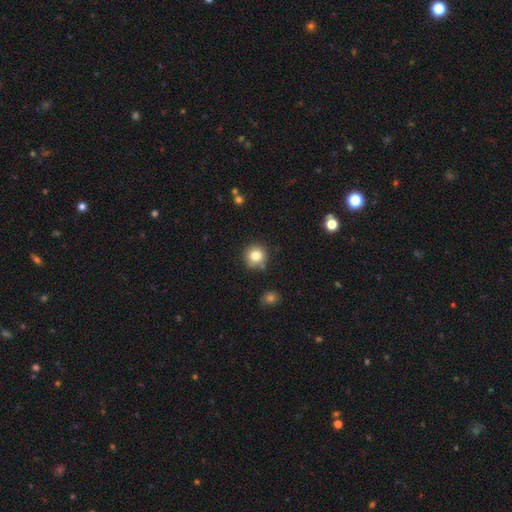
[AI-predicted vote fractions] This is clearly a smooth galaxy (81%). How rounded: clearly round (94%). Merging: clearly none (84%).